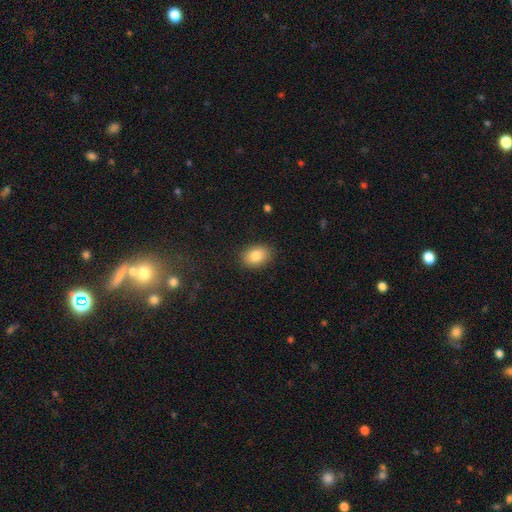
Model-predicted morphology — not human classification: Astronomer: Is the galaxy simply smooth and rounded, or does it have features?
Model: smooth — 83%.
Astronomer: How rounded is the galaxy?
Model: in between — 75%.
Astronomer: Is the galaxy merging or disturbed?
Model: none — 88%.